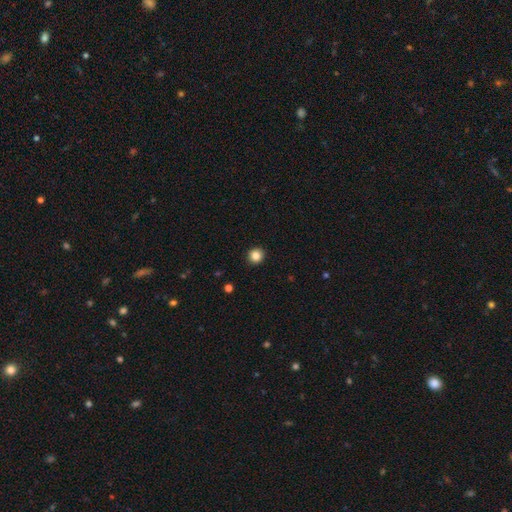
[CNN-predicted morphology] Overall: smooth (85%). How rounded: round (92%). Merging: none (93%).